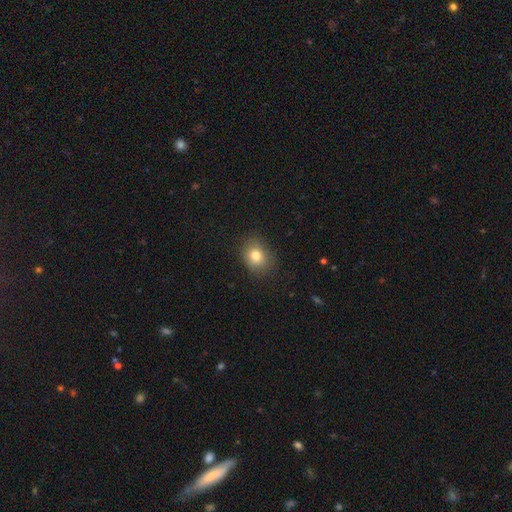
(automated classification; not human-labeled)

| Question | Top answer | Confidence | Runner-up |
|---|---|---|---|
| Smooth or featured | smooth | 79% | star or artifact (12%) |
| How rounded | round | 59% | in between (41%) |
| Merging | none | 84% | minor disturbance (11%) |